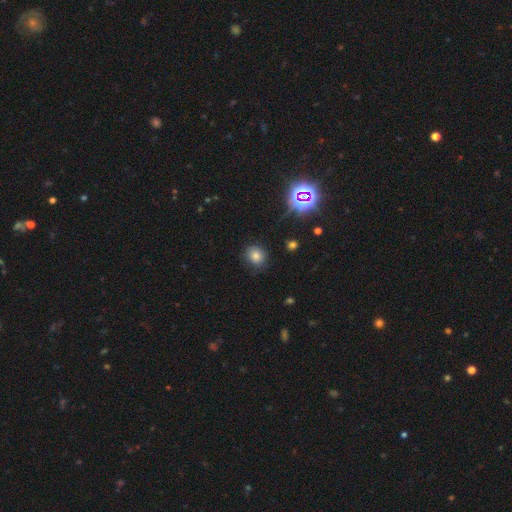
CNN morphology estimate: The model was most divided on "how rounded": round: 75%, in between: 24%, cigar-shaped: 1%. More confident: merging — none (84%); smooth or featured — smooth (76%).